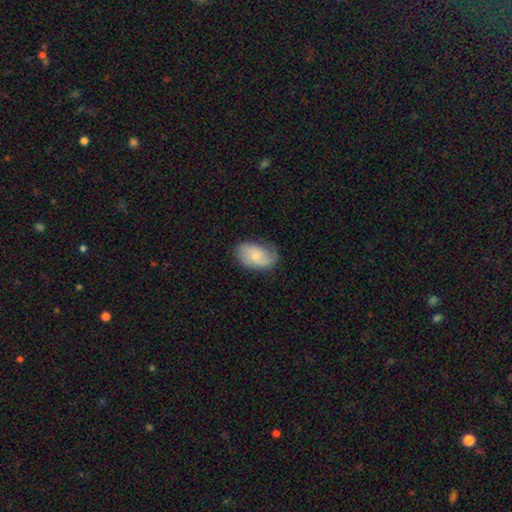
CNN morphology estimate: The model was most divided on "smooth or featured": smooth: 55%, featured or disk: 38%, star or artifact: 7%. More confident: how rounded — in between (90%); merging — none (68%).